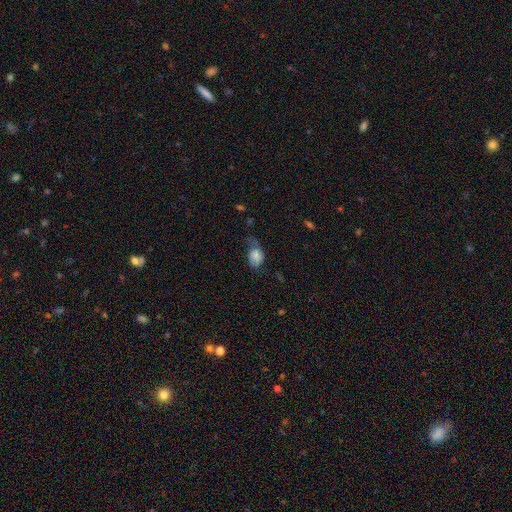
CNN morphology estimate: type=smooth (65%); roundness=in between (69%); merging=none (35%, tied with minor disturbance).